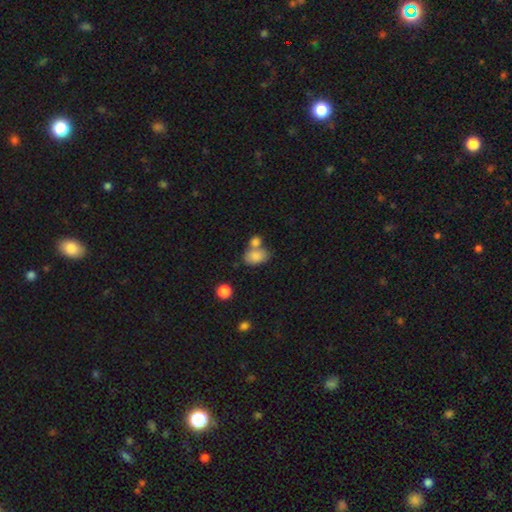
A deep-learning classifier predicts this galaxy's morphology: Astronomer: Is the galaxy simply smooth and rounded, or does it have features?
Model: smooth — 83%.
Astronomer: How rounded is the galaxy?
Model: in between — 84%.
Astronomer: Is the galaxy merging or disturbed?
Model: merger — 41% (runner-up: none, 39%).